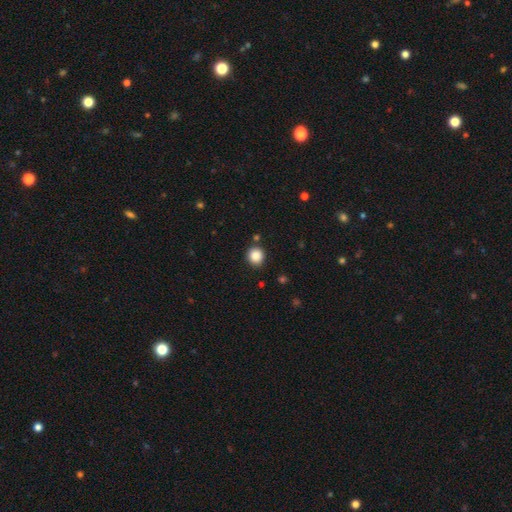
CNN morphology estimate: A smooth galaxy with no disk features (87%) that is round (89%). Merging: none (86%).